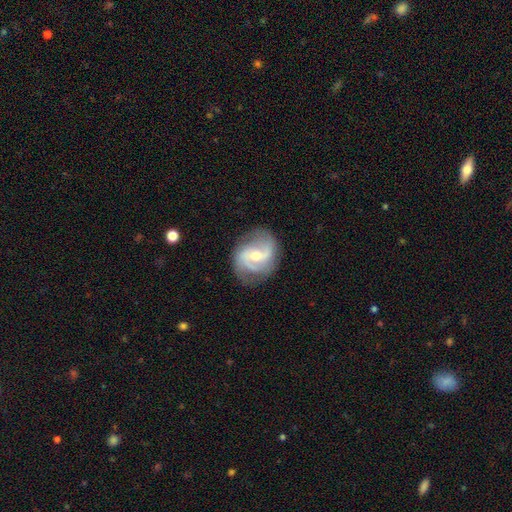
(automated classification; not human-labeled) featured or disk 85%, smooth 10%, star or artifact 5%. Down the decision tree: edge-on disk — no (98%); bar — weak (44%); spiral arms — yes (96%); spiral arm count — 2 (68%); spiral winding — medium (52%); bulge size — moderate (58%); merging — none (75%).